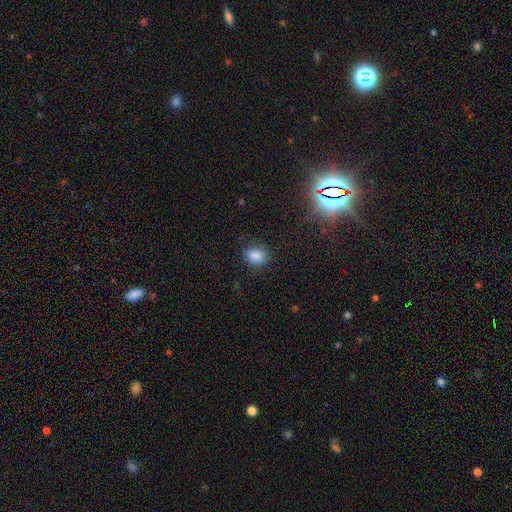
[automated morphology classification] A smooth galaxy with no disk features (84%) that is round (50%). Merging: none (81%).